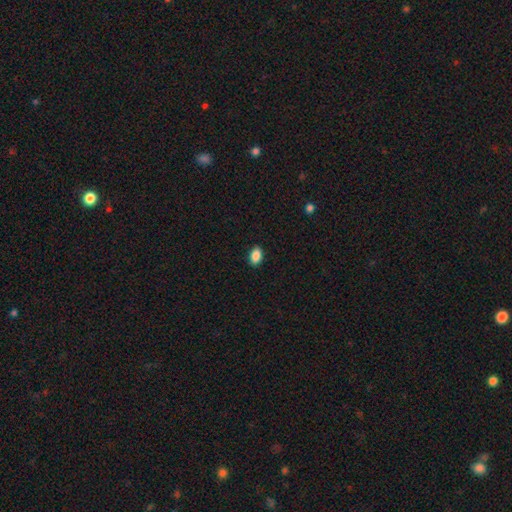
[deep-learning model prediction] smooth-or-featured: smooth: 88% | star or artifact: 8% | featured or disk: 4%
  how-rounded: in between: 90% | round: 8% | cigar-shaped: 2%
  merging: none: 89% | minor disturbance: 8% | major disturbance: 2% | merger: 1%